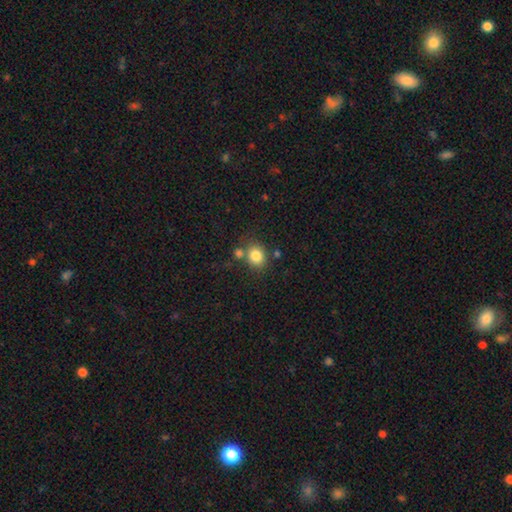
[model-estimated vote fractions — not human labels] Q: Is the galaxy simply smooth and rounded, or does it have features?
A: smooth — 82%.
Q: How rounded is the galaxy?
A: round — 72%.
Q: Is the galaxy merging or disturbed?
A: none — 66%.